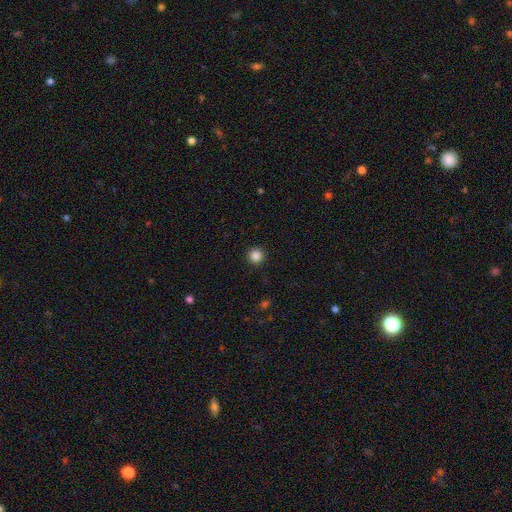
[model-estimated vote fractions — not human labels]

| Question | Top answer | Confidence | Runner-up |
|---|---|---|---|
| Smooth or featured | smooth | 86% | star or artifact (11%) |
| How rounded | round | 96% | in between (3%) |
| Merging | none | 93% | minor disturbance (4%) |